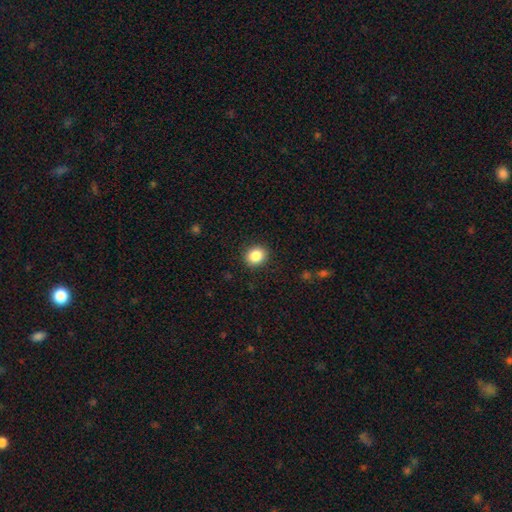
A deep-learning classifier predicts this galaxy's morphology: A smooth galaxy with no disk features (86%) that is round (67%).

Vote fractions:
- Smooth or featured? smooth: 86% / star or artifact: 9% / featured or disk: 4%
- How rounded? round: 67% / in between: 32% / cigar-shaped: 1%
- Merging? none: 89% / minor disturbance: 7% / major disturbance: 2% / merger: 1%